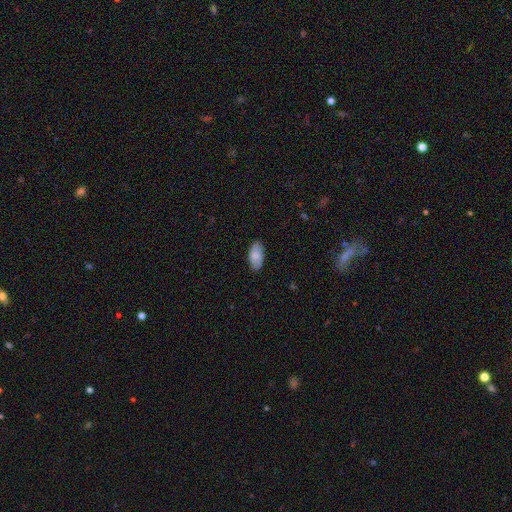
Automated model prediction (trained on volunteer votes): Q: Smooth or featured?
A: smooth (80%); runner-up: featured or disk (14%)
Q: How rounded?
A: in between (94%); runner-up: cigar-shaped (3%)
Q: Merging?
A: none (85%); runner-up: minor disturbance (12%)